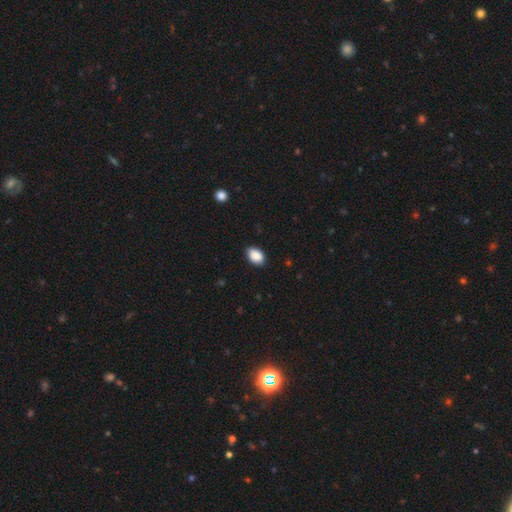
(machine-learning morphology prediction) The model was most divided on "merging": none: 86%, minor disturbance: 11%, major disturbance: 2%, merger: 1%. More confident: smooth or featured — smooth (89%); how rounded — in between (87%).